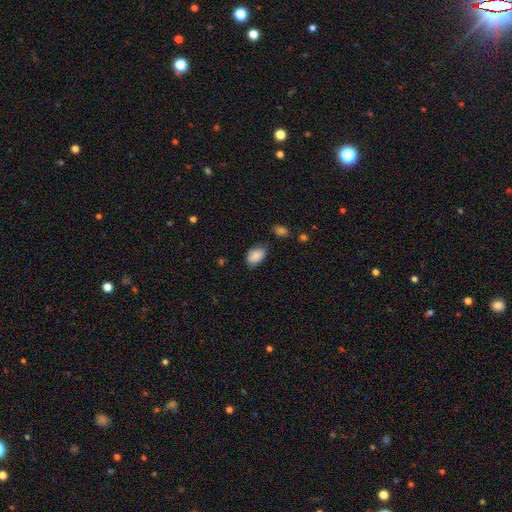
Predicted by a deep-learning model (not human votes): Morphology: type=smooth (87%); roundness=in between (90%); merging=none (71%).